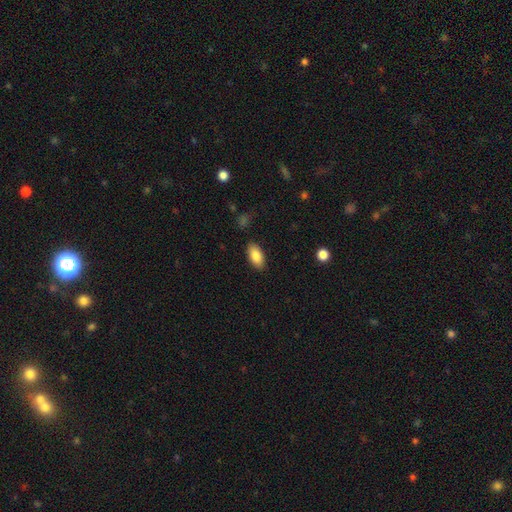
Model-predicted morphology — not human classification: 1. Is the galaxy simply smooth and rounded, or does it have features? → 86% smooth, 7% featured or disk, 7% star or artifact.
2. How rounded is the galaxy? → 92% in between, 5% cigar-shaped, 3% round.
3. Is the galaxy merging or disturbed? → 87% none, 9% minor disturbance, 2% major disturbance, 1% merger.